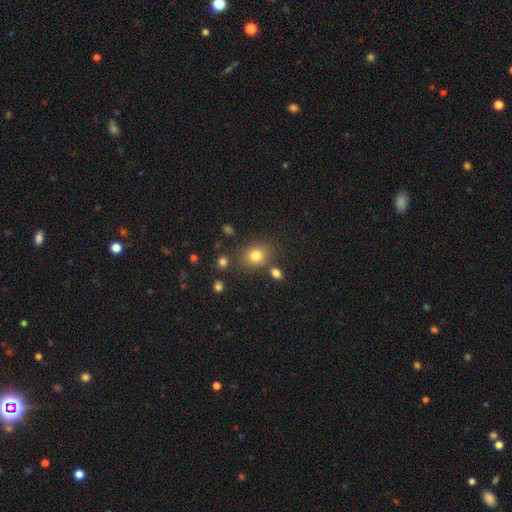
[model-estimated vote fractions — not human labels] smooth-or-featured: smooth: 79% | star or artifact: 12% | featured or disk: 9%
  how-rounded: round: 60% | in between: 39% | cigar-shaped: 1%
  merging: none: 74% | minor disturbance: 13% | merger: 9% | major disturbance: 4%